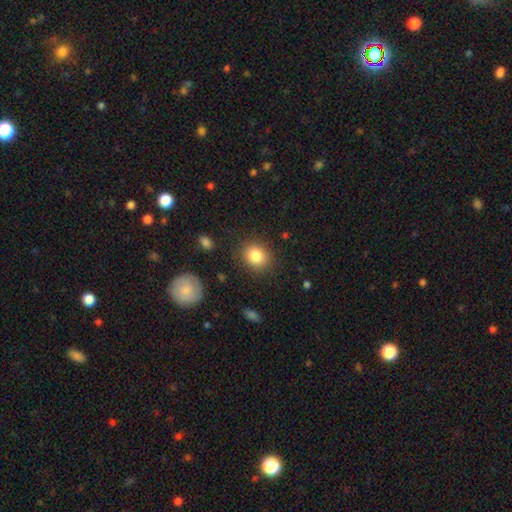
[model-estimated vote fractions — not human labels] smooth_or_featured: smooth (p=0.83) [alt: star or artifact p=0.09]
how_rounded: round (p=0.67) [alt: in between p=0.32]
merging: none (p=0.86) [alt: minor disturbance p=0.09]